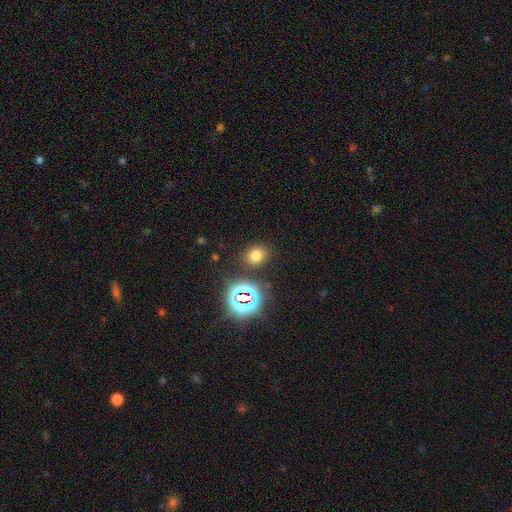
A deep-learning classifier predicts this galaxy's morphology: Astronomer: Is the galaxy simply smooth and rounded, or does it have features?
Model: smooth — 70%.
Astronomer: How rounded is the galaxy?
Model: round — 64%.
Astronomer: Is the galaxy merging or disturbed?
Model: none — 84%.